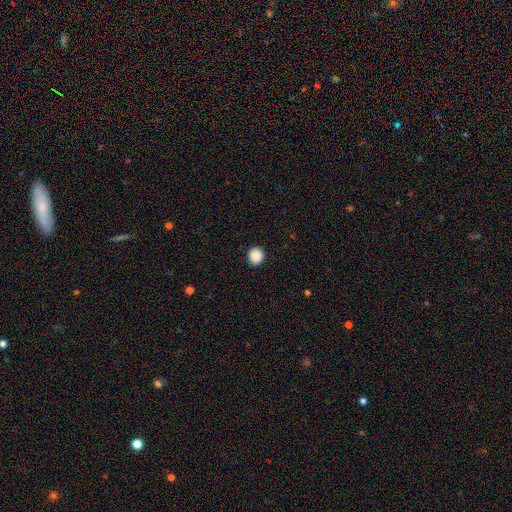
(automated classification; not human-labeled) Smooth or featured: smooth — 89% (star or artifact — 9%)
How rounded: round — 90% (in between — 9%)
Merging: none — 93% (minor disturbance — 5%)